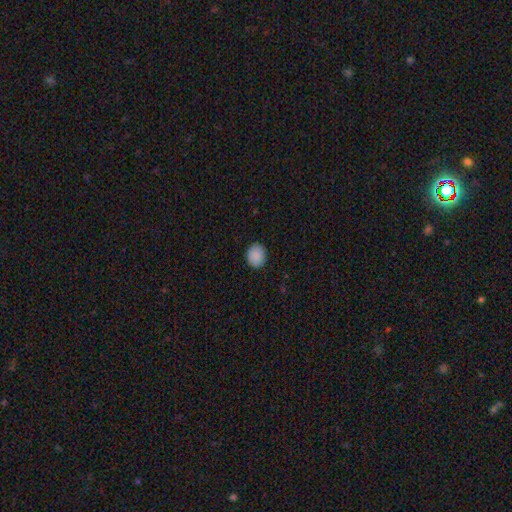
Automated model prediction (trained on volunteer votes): Morphology: type=smooth (89%); roundness=round (64%); merging=none (89%).